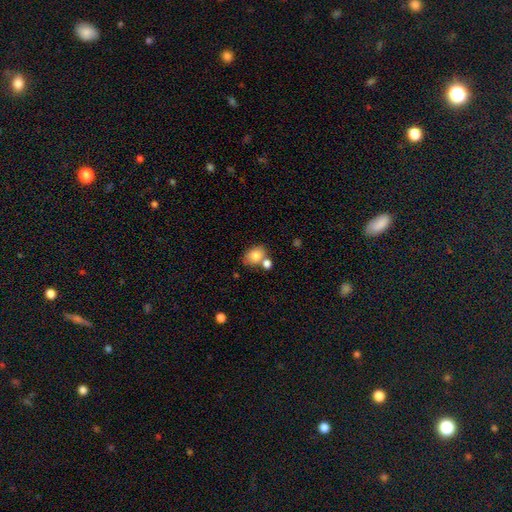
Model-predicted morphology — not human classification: Q: Smooth or featured?
A: smooth (79%); runner-up: featured or disk (13%)
Q: How rounded?
A: in between (70%); runner-up: round (28%)
Q: Merging?
A: none (55%); runner-up: merger (26%)